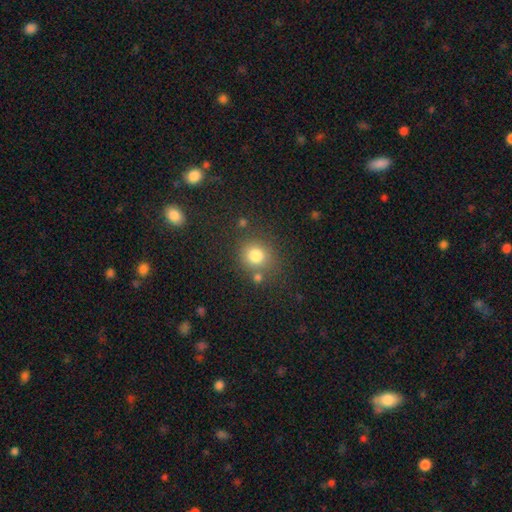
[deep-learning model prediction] Q: Smooth or featured?
A: smooth (80%); runner-up: star or artifact (12%)
Q: How rounded?
A: round (84%); runner-up: in between (15%)
Q: Merging?
A: none (71%); runner-up: minor disturbance (12%)